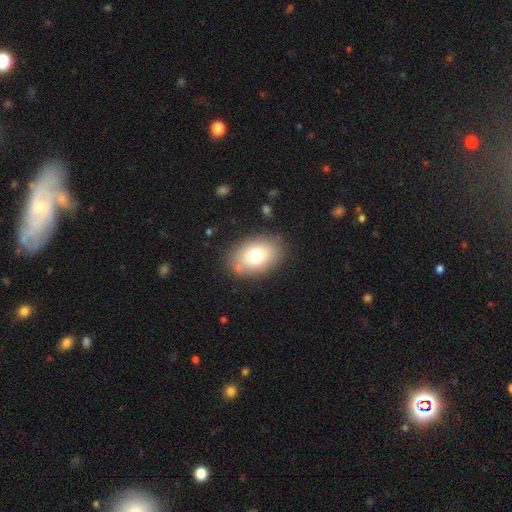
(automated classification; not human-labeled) Smooth or featured: smooth — 75% (featured or disk — 16%)
How rounded: in between — 80% (round — 19%)
Merging: none — 81% (minor disturbance — 12%)